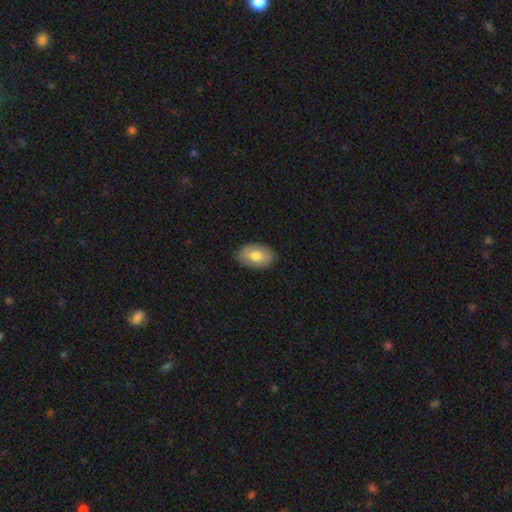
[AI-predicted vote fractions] Overall: smooth (76%). How rounded: in between (91%). Merging: none (87%).